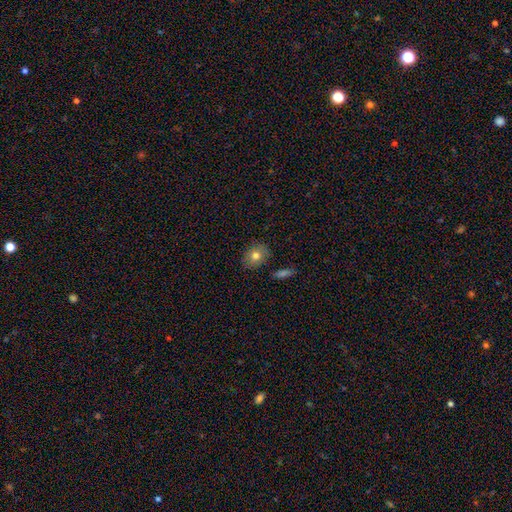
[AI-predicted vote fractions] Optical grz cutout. It shows a smooth galaxy with no disk features (76%) that is in between round and cigar-shaped (55%). Merging: none (84%).